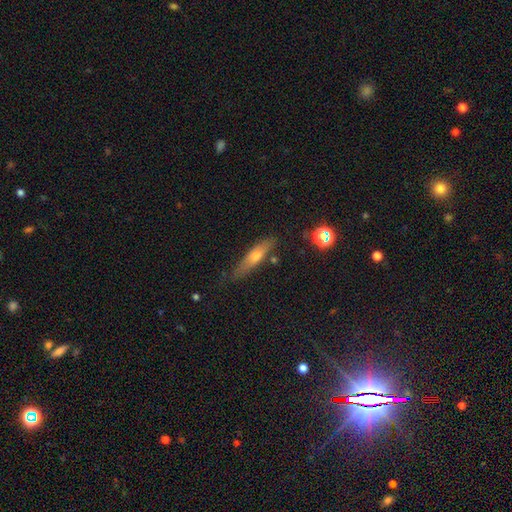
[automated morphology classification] Q: Smooth or featured?
A: smooth (51%); runner-up: featured or disk (40%)
Q: How rounded?
A: cigar-shaped (75%); runner-up: in between (22%)
Q: Merging?
A: none (74%); runner-up: minor disturbance (19%)